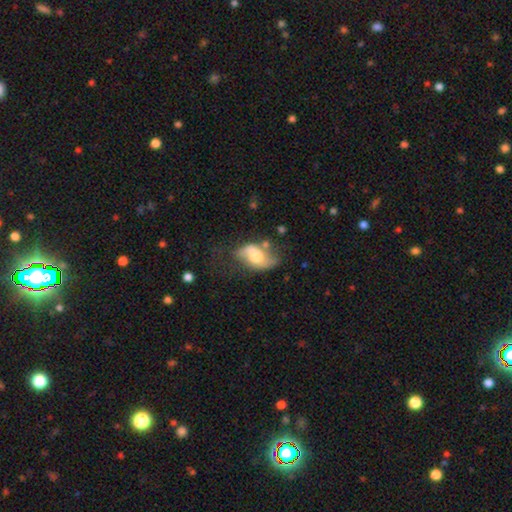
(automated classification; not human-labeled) smooth_or_featured: featured or disk (p=0.53) [alt: smooth p=0.40]
disk_edge_on: no (p=0.91) [alt: yes p=0.09]
merging: none (p=0.48) [alt: minor disturbance p=0.29]